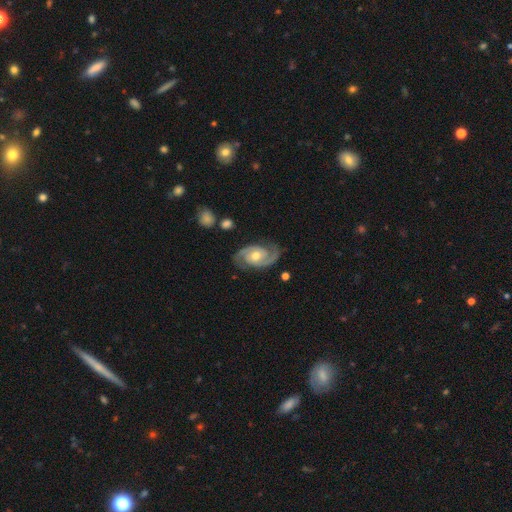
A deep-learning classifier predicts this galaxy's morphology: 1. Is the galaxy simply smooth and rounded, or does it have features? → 90% featured or disk, 5% smooth, 4% star or artifact.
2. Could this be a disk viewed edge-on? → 97% no, 3% yes.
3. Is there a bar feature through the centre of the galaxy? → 58% no, 32% weak, 9% strong.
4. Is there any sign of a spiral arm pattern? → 98% yes, 2% no.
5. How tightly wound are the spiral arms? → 50% medium, 40% tight, 10% loose.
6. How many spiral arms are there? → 93% 2, 2% can't tell, 2% 3, 1% 1, 1% 4, 1% more than 4.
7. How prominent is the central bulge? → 74% moderate, 17% small, 6% large, 1% none, 1% dominant.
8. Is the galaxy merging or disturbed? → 83% none, 12% minor disturbance, 4% major disturbance, 1% merger.